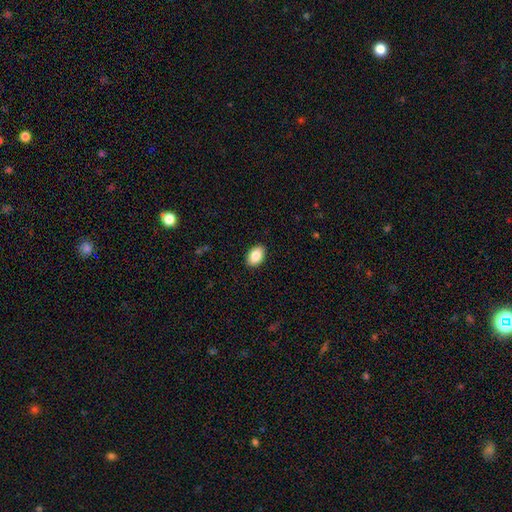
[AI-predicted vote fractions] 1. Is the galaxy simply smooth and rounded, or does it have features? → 86% smooth, 7% star or artifact, 7% featured or disk.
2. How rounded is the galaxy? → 89% in between, 10% round, 1% cigar-shaped.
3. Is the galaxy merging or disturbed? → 90% none, 7% minor disturbance, 2% major disturbance, 1% merger.